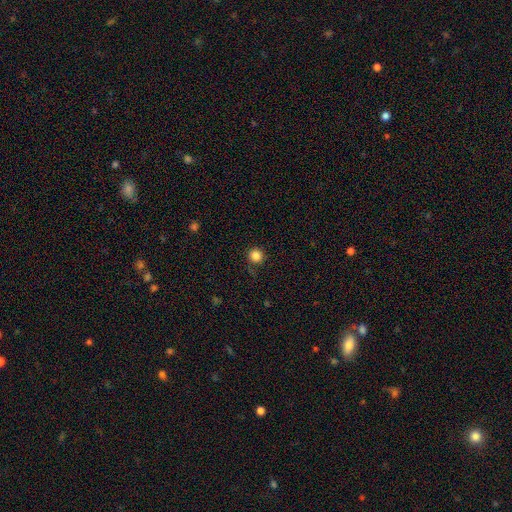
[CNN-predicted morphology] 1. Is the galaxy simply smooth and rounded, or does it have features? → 84% smooth, 12% star or artifact, 4% featured or disk.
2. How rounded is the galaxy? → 94% round, 5% in between, 1% cigar-shaped.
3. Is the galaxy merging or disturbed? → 83% none, 12% minor disturbance, 4% major disturbance, 1% merger.